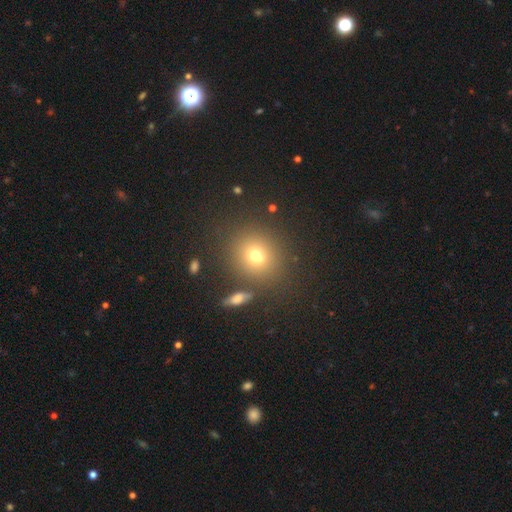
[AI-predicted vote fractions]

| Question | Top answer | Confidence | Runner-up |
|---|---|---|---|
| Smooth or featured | smooth | 70% | star or artifact (17%) |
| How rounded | round | 80% | in between (19%) |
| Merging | none | 78% | merger (10%) |